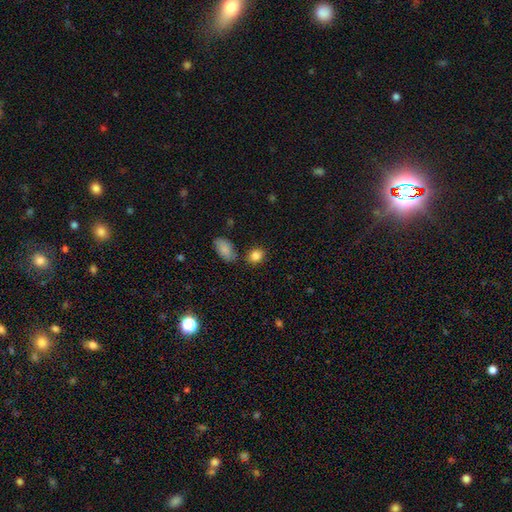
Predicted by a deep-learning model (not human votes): Smooth or featured? smooth (85%)
How rounded? round (53%)
Merging? none (77%)